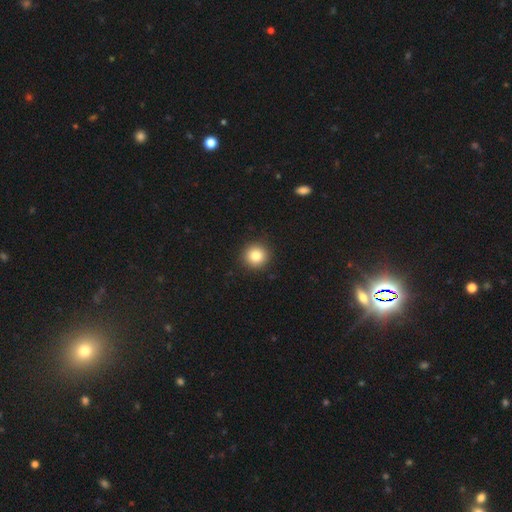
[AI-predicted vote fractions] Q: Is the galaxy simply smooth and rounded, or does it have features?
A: smooth — 83%.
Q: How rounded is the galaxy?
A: round — 95%.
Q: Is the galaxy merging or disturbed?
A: none — 93%.